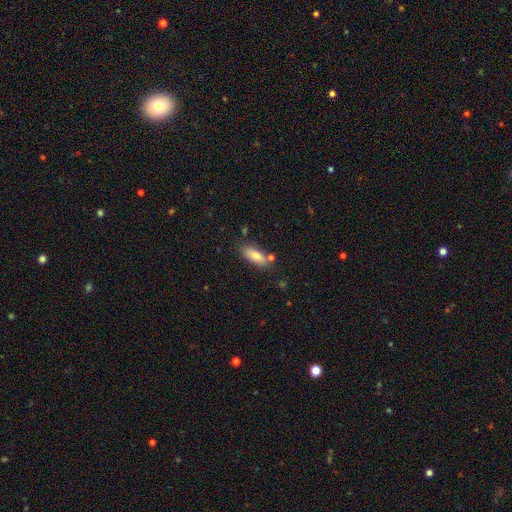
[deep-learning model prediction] A smooth galaxy with no disk features (78%) that is in between round and cigar-shaped (75%).

Vote fractions:
- Smooth or featured? smooth: 78% / featured or disk: 15% / star or artifact: 7%
- How rounded? in between: 75% / cigar-shaped: 22% / round: 2%
- Merging? none: 75% / minor disturbance: 14% / merger: 8% / major disturbance: 3%